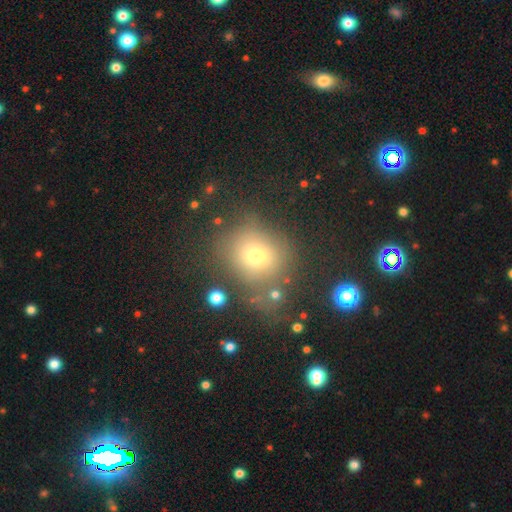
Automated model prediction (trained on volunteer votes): This is likely a smooth galaxy (67%). How rounded: likely round (77%). Merging: likely none (64%).